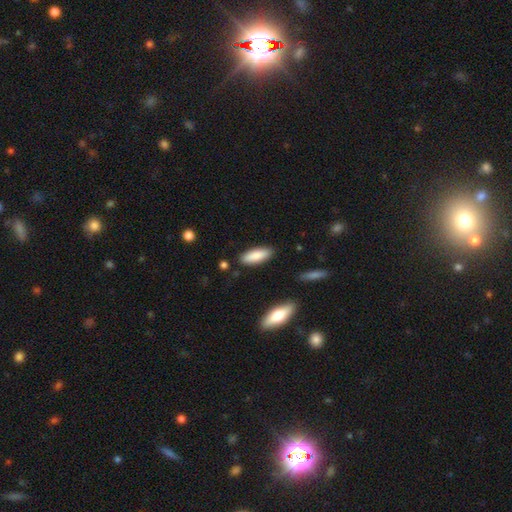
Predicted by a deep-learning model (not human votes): Q: Smooth or featured?
A: smooth (86%); runner-up: featured or disk (9%)
Q: How rounded?
A: in between (64%); runner-up: cigar-shaped (34%)
Q: Merging?
A: none (86%); runner-up: minor disturbance (10%)